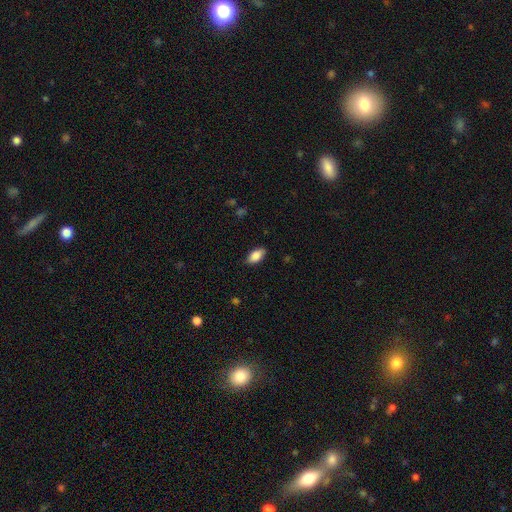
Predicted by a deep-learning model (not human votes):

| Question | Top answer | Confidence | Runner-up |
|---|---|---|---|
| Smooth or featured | smooth | 87% | featured or disk (7%) |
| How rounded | in between | 92% | cigar-shaped (5%) |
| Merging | none | 86% | minor disturbance (11%) |